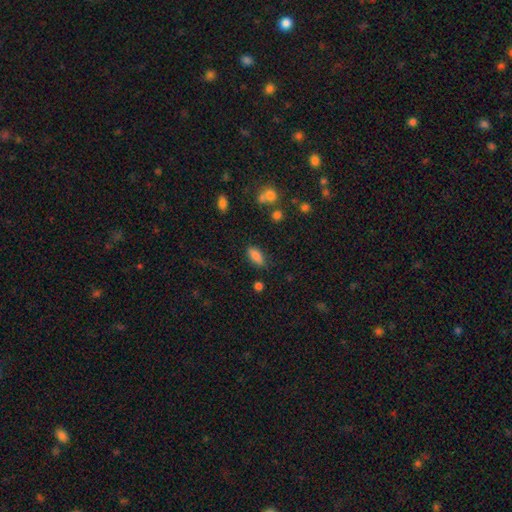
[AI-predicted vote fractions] This appears to be a smooth galaxy with no disk features (85%) that is in between round and cigar-shaped (82%). Merging: none (80%).